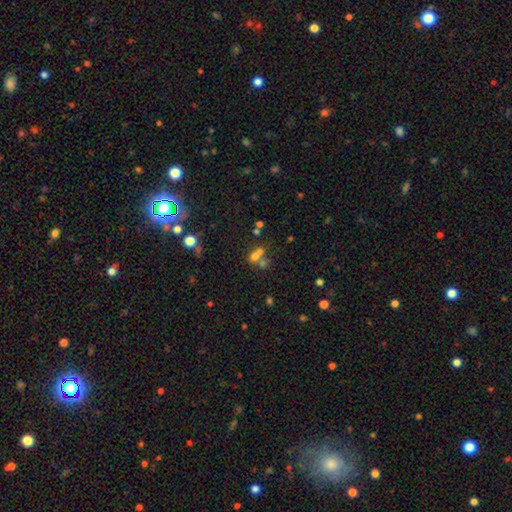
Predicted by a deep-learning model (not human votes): Overall: smooth (60%; star or artifact 23%). How rounded: round (52%; in between 45%). Merging: merger (51%; none 34%).